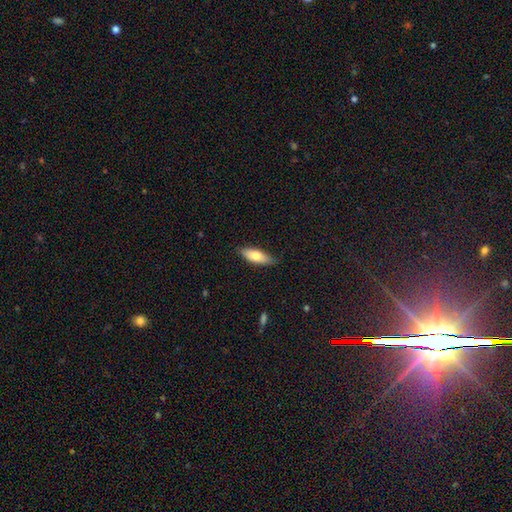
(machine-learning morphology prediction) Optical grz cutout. It shows a smooth galaxy with no disk features (70%) that is in between round and cigar-shaped (64%). Merging: none (79%).